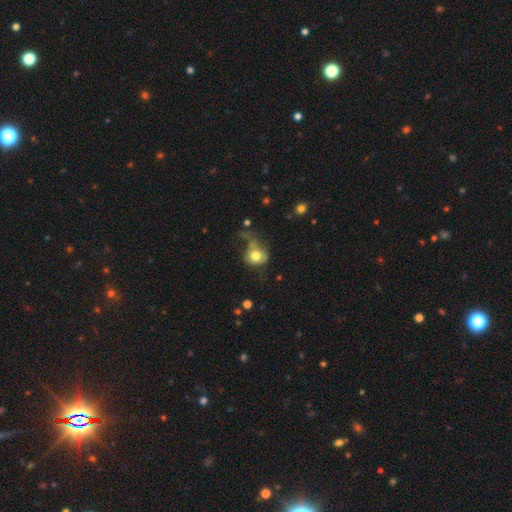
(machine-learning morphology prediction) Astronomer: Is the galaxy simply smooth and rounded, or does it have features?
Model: smooth — 73%.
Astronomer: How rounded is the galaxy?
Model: round — 67%.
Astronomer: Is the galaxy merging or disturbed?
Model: major disturbance — 40% (runner-up: none, 26%).